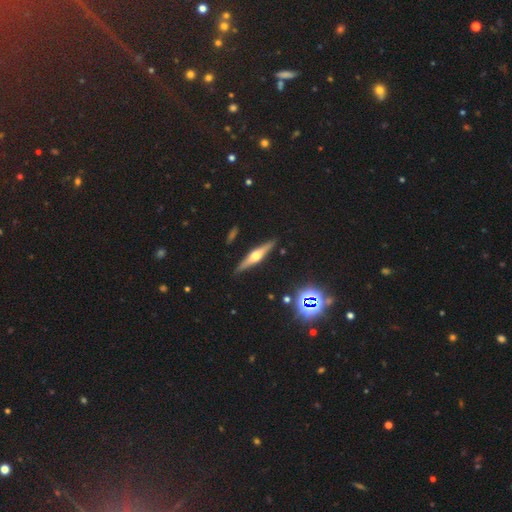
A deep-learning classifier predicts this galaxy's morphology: The model was most divided on "smooth or featured": featured or disk: 71%, smooth: 21%, star or artifact: 8%. More confident: edge-on disk — yes (97%); edge-on bulge — rounded (92%); merging — none (90%).